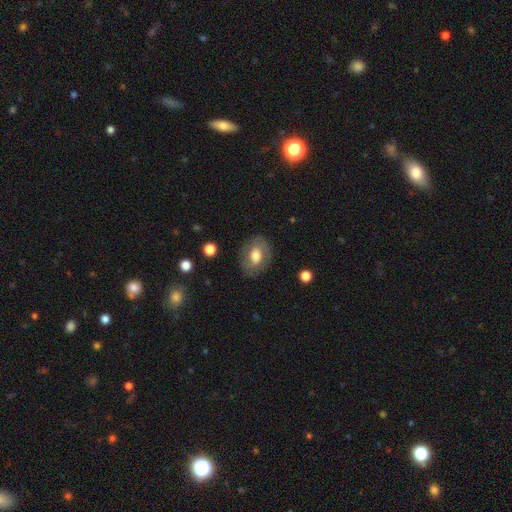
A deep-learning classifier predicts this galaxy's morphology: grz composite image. It shows a smooth galaxy with no disk features (60%) that is in between round and cigar-shaped (70%). Merging: none (80%).